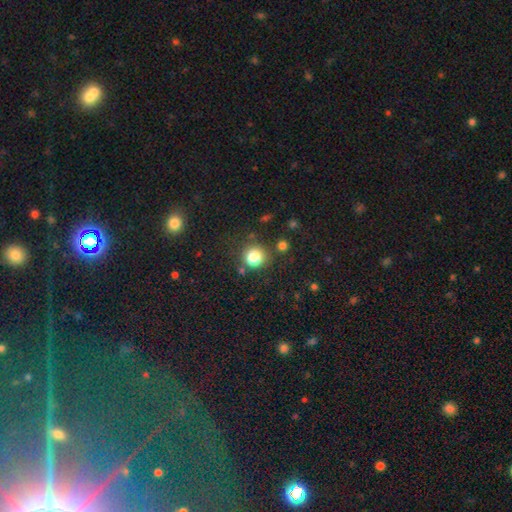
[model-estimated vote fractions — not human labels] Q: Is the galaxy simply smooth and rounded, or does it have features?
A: smooth — 82%.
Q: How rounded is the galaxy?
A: round — 89%.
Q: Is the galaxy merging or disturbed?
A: none — 80%.